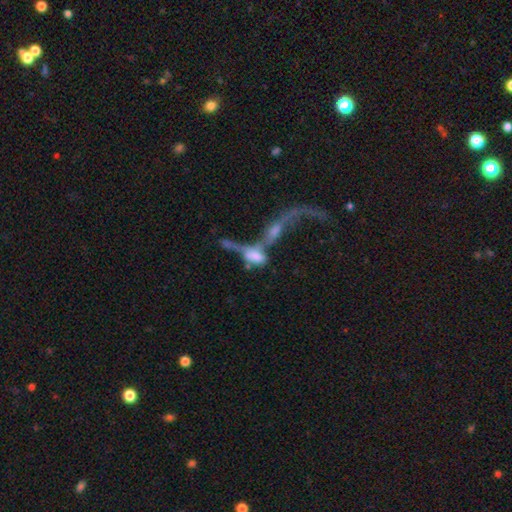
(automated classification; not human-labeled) Smooth or featured: smooth — 48% (featured or disk — 41%)
Merging: merger — 66% (major disturbance — 17%)